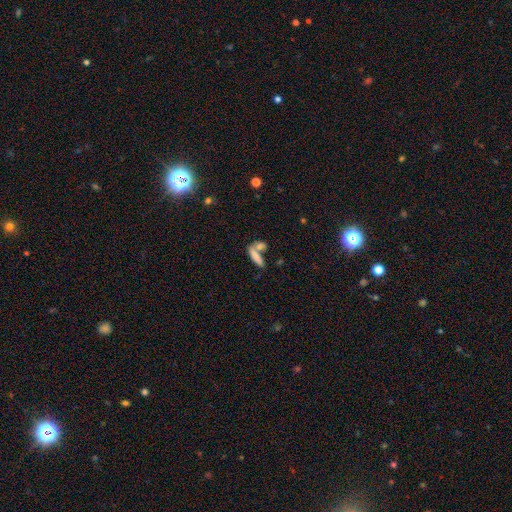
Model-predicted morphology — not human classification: A smooth galaxy with no disk features (77%) that is cigar-shaped (55%). Merging: merger (44%).